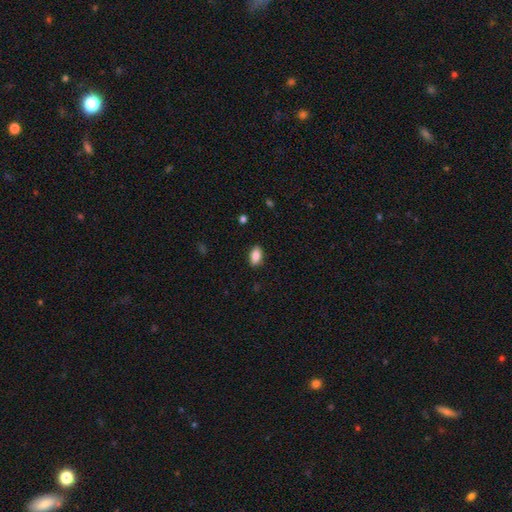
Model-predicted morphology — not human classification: Smooth or featured: smooth — 86% (star or artifact — 7%)
How rounded: in between — 91% (round — 6%)
Merging: none — 88% (minor disturbance — 9%)